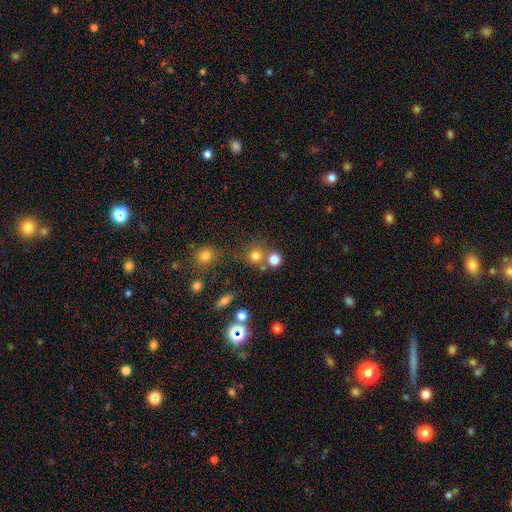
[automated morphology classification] type=smooth (75%); roundness=round (90%); merging=none (62%).